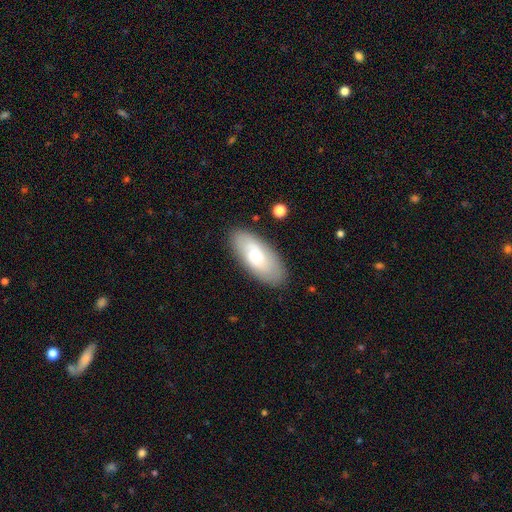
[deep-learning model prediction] Smooth or featured: smooth — 60% (featured or disk — 33%)
How rounded: in between — 86% (cigar-shaped — 12%)
Merging: none — 84% (minor disturbance — 12%)